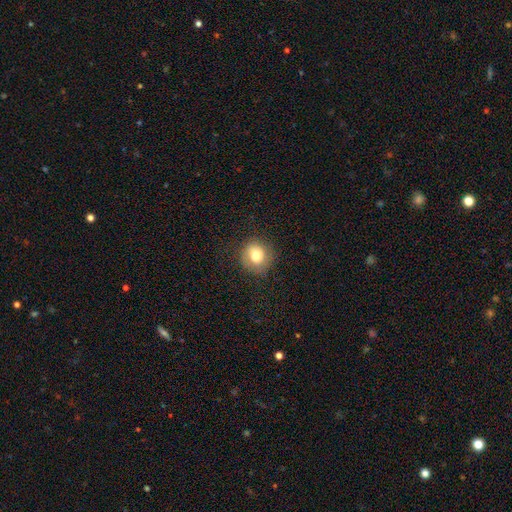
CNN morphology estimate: Smooth or featured?
  - smooth: 76% *
  - featured or disk: 14%
  - star or artifact: 10%
How rounded?
  - round: 84% *
  - in between: 15%
  - cigar-shaped: 1%
Merging?
  - none: 79% *
  - minor disturbance: 14%
  - major disturbance: 5%
  - merger: 1%